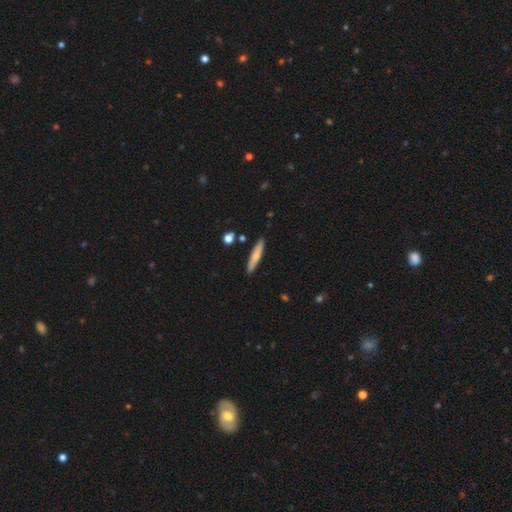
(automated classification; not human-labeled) The model was most divided on "smooth or featured": smooth: 67%, featured or disk: 27%, star or artifact: 6%. More confident: how rounded — cigar-shaped (89%); merging — none (89%).